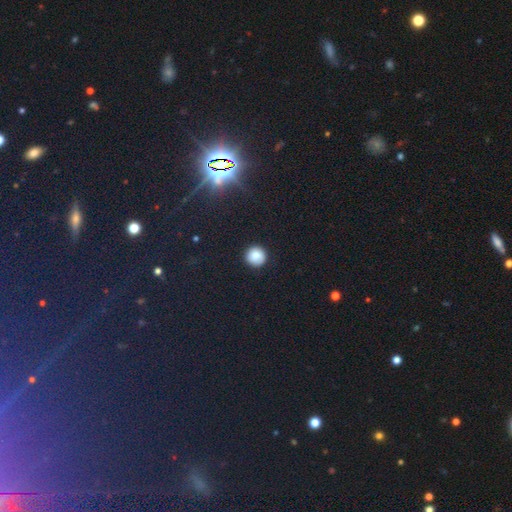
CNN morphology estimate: type=smooth (85%); roundness=round (95%); merging=none (90%).